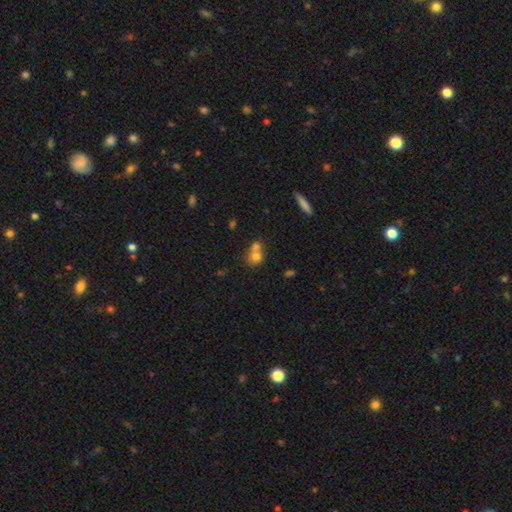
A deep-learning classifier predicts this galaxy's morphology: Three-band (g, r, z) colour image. It shows a smooth galaxy with no disk features (72%) that is round (66%). Merging: merger (58%).